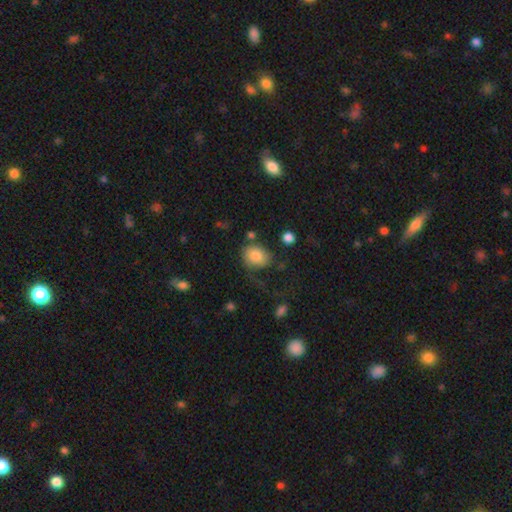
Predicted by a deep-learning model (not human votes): This is likely a smooth galaxy (78%). How rounded: possibly round (55%). Merging: possibly none (47%).